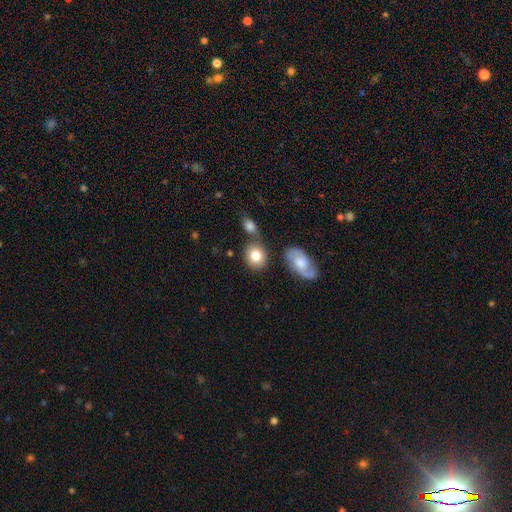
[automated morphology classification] A smooth galaxy with no disk features (80%) that is round (53%). Merging: none (67%).